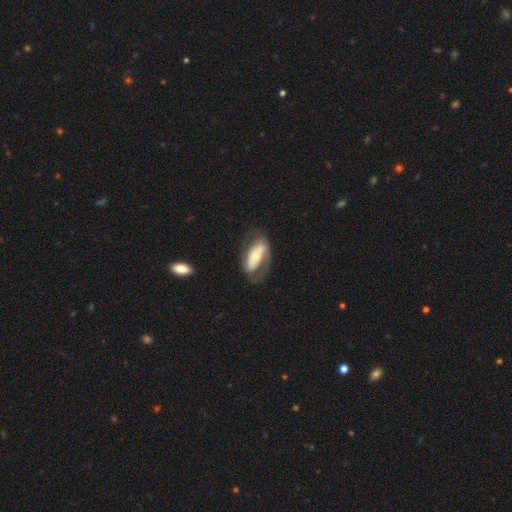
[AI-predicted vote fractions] This is likely a featured or disk galaxy (66%). It is clearly not viewed edge-on (88%). Bar: marginally strong (44%). Spiral arm pattern: likely yes (65%). Central bulge: possibly moderate (58%). Merging: likely none (61%).